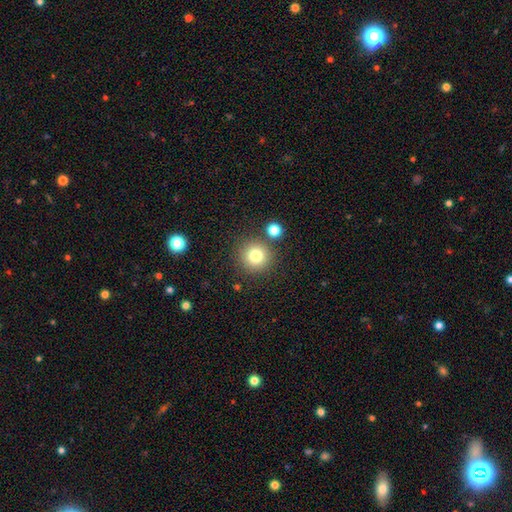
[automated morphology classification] Smooth or featured? smooth (80%)
How rounded? round (94%)
Merging? none (82%)